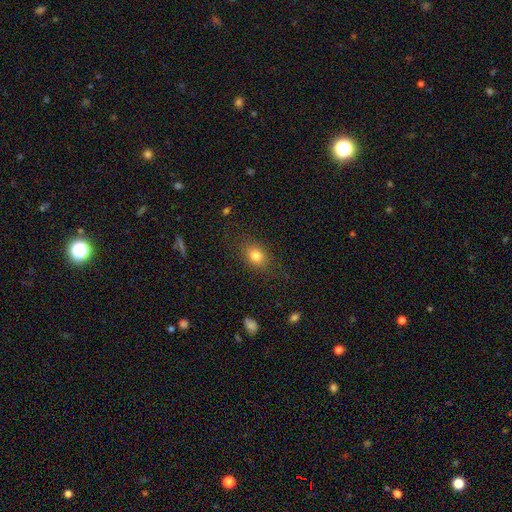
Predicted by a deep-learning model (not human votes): The model was most divided on "how rounded": in between: 68%, round: 30%, cigar-shaped: 2%. More confident: merging — none (82%); smooth or featured — smooth (81%).